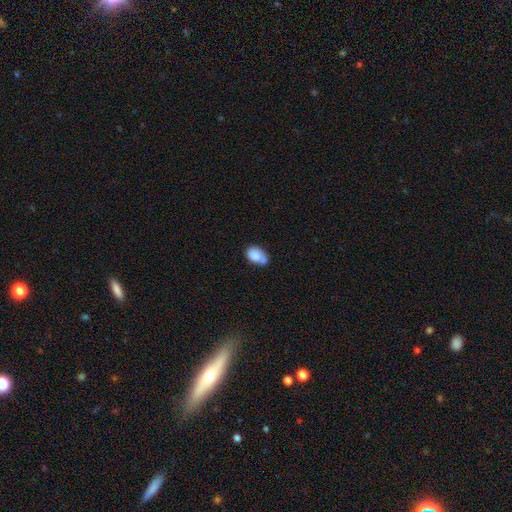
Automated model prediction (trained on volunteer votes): Overall: smooth (79%). How rounded: in between (79%). Merging: none (38%; merger 35%).